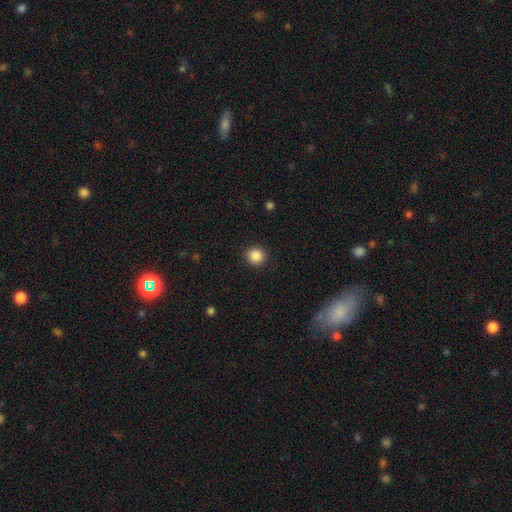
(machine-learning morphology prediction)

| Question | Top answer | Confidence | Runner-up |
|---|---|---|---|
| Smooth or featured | smooth | 87% | star or artifact (10%) |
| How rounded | round | 91% | in between (8%) |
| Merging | none | 91% | minor disturbance (6%) |